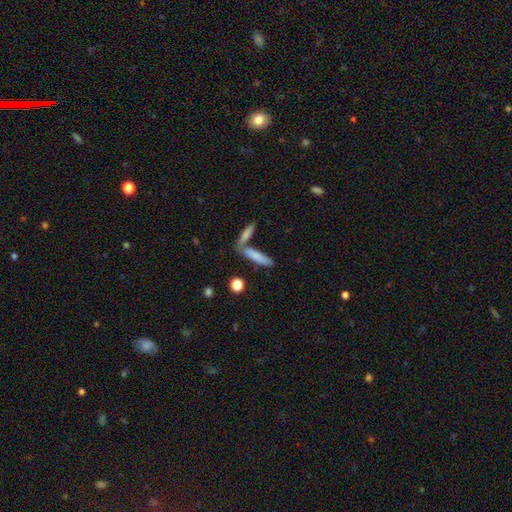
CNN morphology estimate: Smooth or featured: smooth — 76% (featured or disk — 17%)
How rounded: cigar-shaped — 78% (in between — 20%)
Merging: none — 60% (merger — 27%)